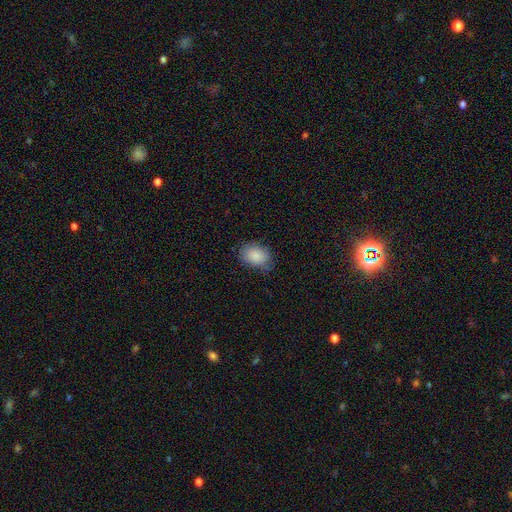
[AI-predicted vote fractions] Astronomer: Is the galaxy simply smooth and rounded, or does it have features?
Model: smooth — 87%.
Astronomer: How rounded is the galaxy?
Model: in between — 75%.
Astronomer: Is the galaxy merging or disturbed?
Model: none — 74%.